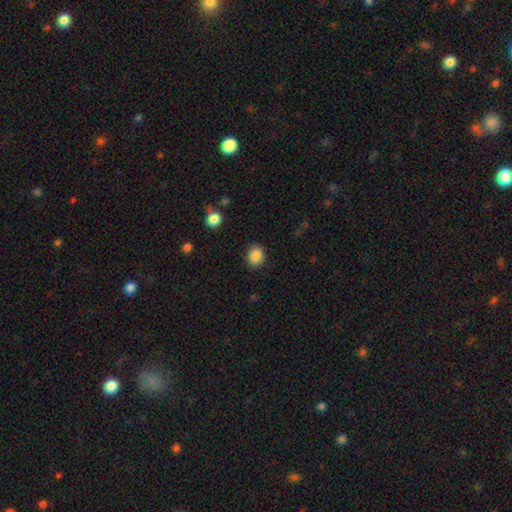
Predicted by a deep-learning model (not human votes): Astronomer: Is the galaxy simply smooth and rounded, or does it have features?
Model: smooth — 86%.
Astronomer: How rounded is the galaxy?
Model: round — 59% (runner-up: in between, 40%).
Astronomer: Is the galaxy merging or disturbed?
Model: none — 88%.